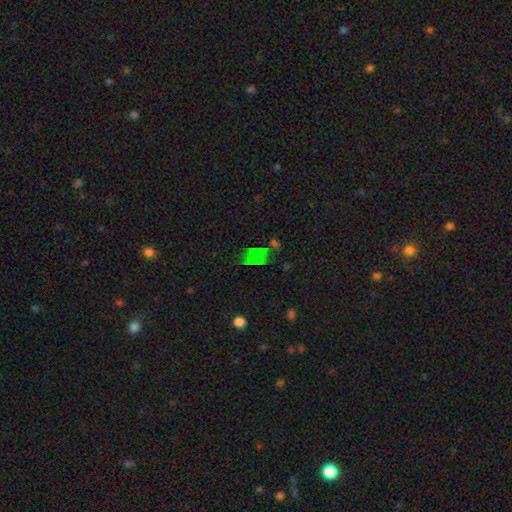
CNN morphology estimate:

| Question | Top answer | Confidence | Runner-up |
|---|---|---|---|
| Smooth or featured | star or artifact | 51% | smooth (36%) |